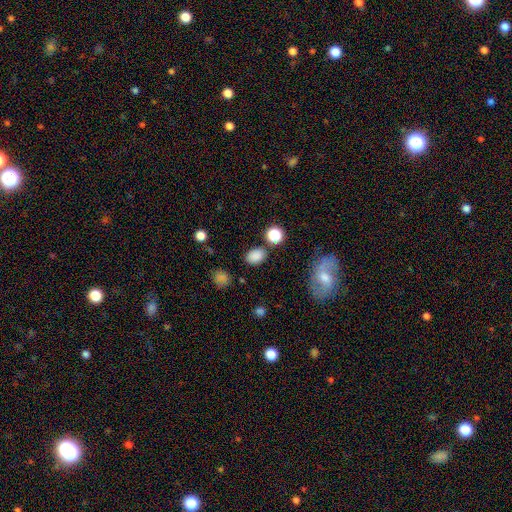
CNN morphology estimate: type=smooth (83%); roundness=in between (74%); merging=none (83%).